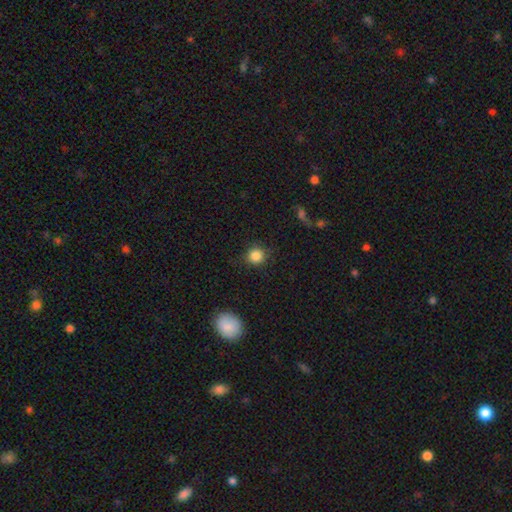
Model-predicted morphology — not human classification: A smooth galaxy with no disk features (86%) that is round (92%).

Vote fractions:
- Smooth or featured? smooth: 86% / star or artifact: 10% / featured or disk: 4%
- How rounded? round: 92% / in between: 7% / cigar-shaped: 1%
- Merging? none: 87% / minor disturbance: 9% / major disturbance: 3% / merger: 1%